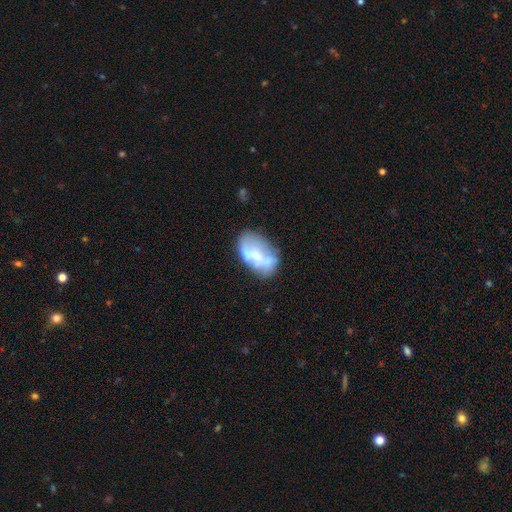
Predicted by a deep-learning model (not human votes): Smooth or featured?
  - featured or disk: 49% *
  - smooth: 42%
  - star or artifact: 9%
Merging?
  - none: 36% *
  - minor disturbance: 24%
  - major disturbance: 20%
  - merger: 20%